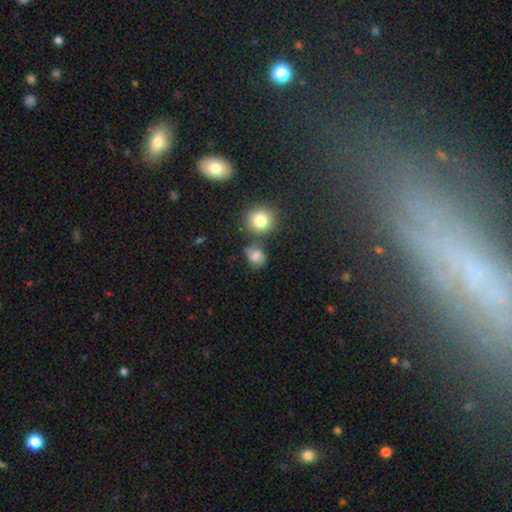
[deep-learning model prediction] The model was most divided on "how rounded": round: 62%, in between: 36%, cigar-shaped: 2%. More confident: smooth or featured — smooth (61%); merging — none (54%).